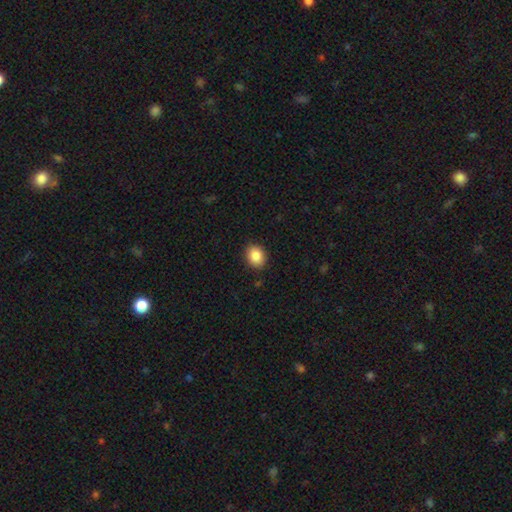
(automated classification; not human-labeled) This appears to be a smooth galaxy with no disk features (87%) that is round (50%). Merging: none (89%).